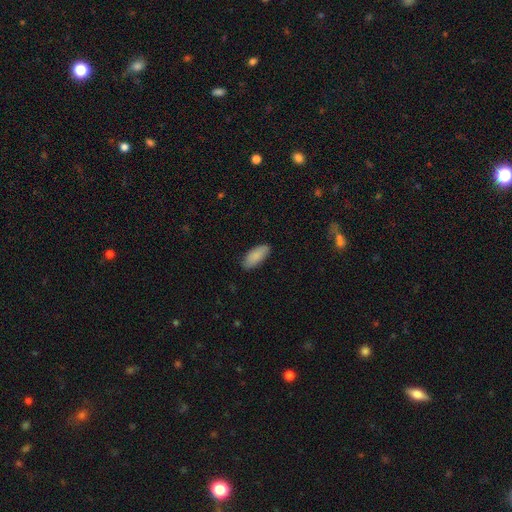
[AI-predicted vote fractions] A smooth galaxy with no disk features (88%) that is in between round and cigar-shaped (86%).

Vote fractions:
- Smooth or featured? smooth: 88% / featured or disk: 6% / star or artifact: 6%
- How rounded? in between: 86% / cigar-shaped: 13% / round: 2%
- Merging? none: 86% / minor disturbance: 11% / major disturbance: 2% / merger: 1%